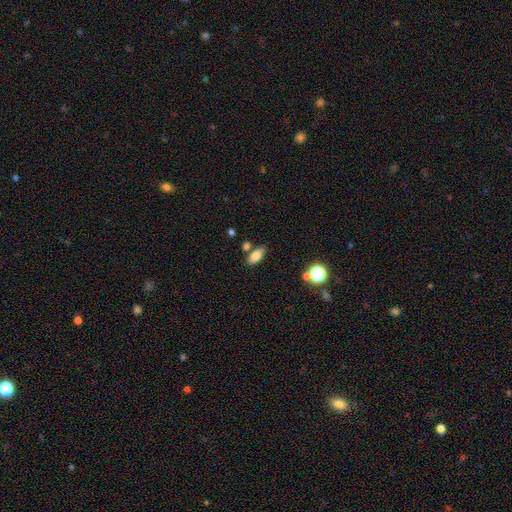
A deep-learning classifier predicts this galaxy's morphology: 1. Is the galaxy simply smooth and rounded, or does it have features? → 81% smooth, 10% star or artifact, 9% featured or disk.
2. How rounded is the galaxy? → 88% in between, 8% cigar-shaped, 4% round.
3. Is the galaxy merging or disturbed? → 70% none, 14% minor disturbance, 12% merger, 4% major disturbance.